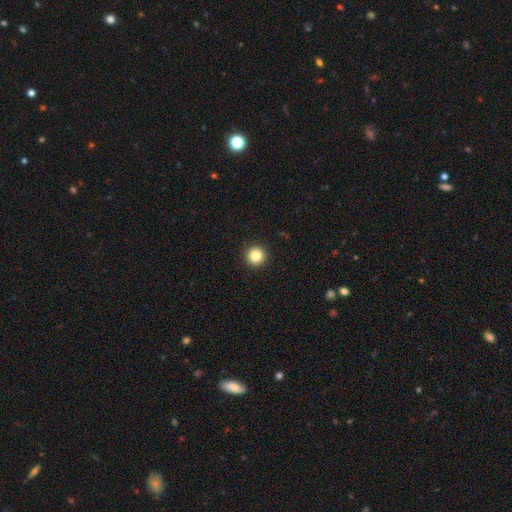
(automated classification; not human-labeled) smooth-or-featured: smooth: 86% | star or artifact: 10% | featured or disk: 4%
  how-rounded: round: 96% | in between: 3% | cigar-shaped: 1%
  merging: none: 93% | minor disturbance: 4% | major disturbance: 2% | merger: 1%